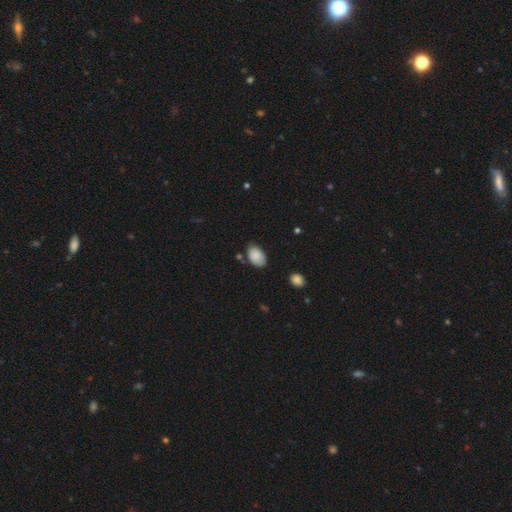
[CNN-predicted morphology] Smooth or featured?
  - smooth: 86% *
  - star or artifact: 7%
  - featured or disk: 7%
How rounded?
  - in between: 90% *
  - round: 9%
  - cigar-shaped: 1%
Merging?
  - none: 71% *
  - minor disturbance: 21%
  - major disturbance: 4%
  - merger: 4%